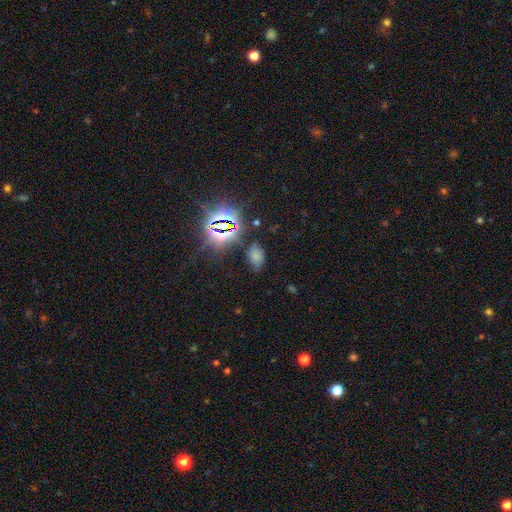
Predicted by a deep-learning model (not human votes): Overall: smooth (51%; star or artifact 37%). How rounded: in between (86%). Merging: none (69%).